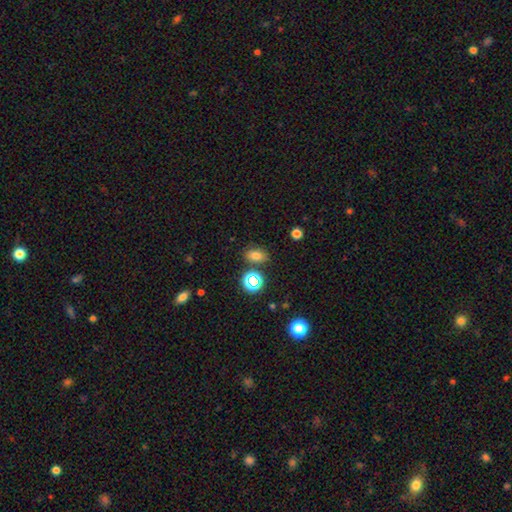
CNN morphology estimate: Smooth or featured? smooth (71%)
How rounded? in between (77%)
Merging? none (78%)